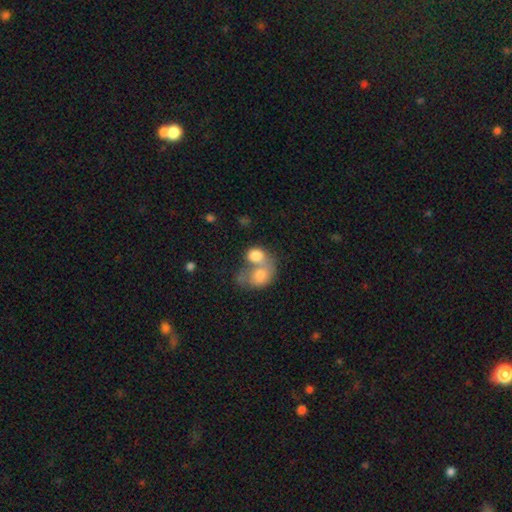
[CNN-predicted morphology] This appears to be a smooth galaxy with no disk features (74%) that is in between round and cigar-shaped (51%). Merging: merger (74%).